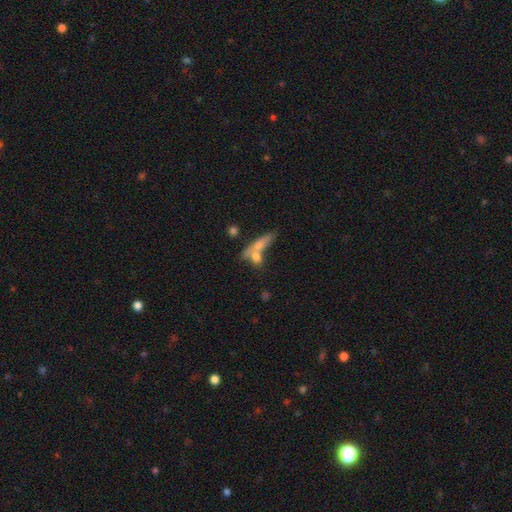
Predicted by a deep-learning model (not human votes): Smooth or featured? Predicted: smooth (p=0.66). How rounded? Predicted: in between (p=0.42). Merging? Predicted: merger (p=0.45).